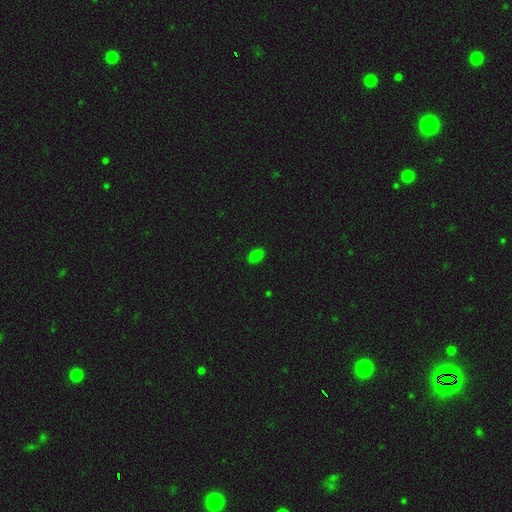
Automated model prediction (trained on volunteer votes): smooth 83%, star or artifact 13%, featured or disk 3%. Down the decision tree: how rounded — in between (93%); merging — none (88%).